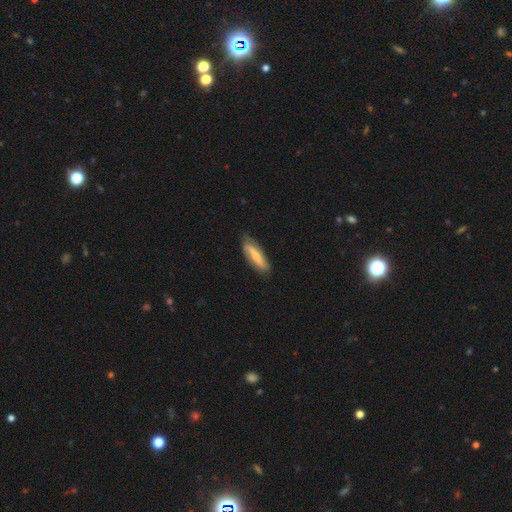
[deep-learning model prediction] This is possibly a smooth galaxy (53%). How rounded: possibly cigar-shaped (56%). Merging: likely none (75%).